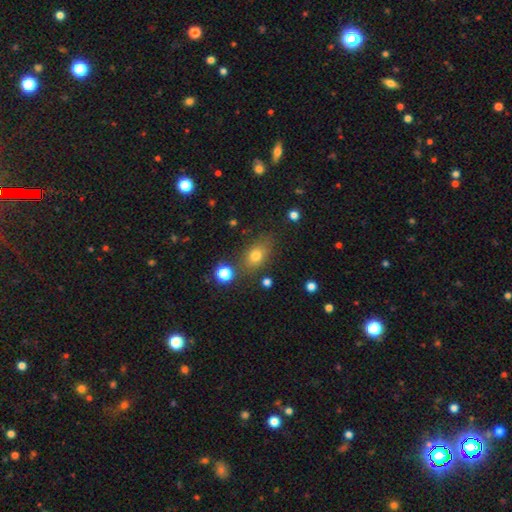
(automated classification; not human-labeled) This is likely a smooth galaxy (76%). How rounded: likely in between (75%). Merging: likely none (74%).